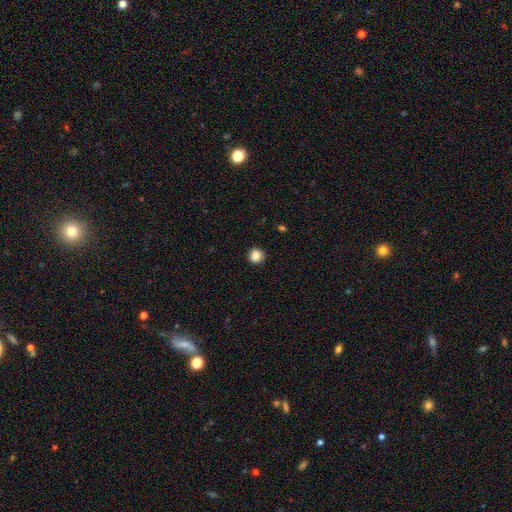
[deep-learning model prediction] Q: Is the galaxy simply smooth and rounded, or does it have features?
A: smooth — 87%.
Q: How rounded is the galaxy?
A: round — 93%.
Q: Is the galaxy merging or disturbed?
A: none — 92%.